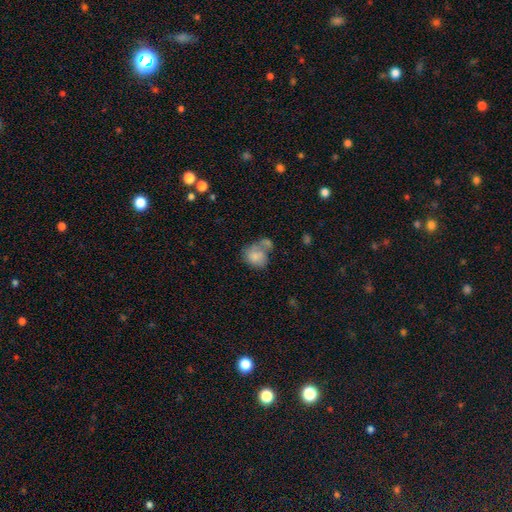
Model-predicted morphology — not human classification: smooth_or_featured: smooth (p=0.73) [alt: featured or disk p=0.19]
how_rounded: round (p=0.58) [alt: in between p=0.41]
merging: merger (p=0.45) [alt: none p=0.28]